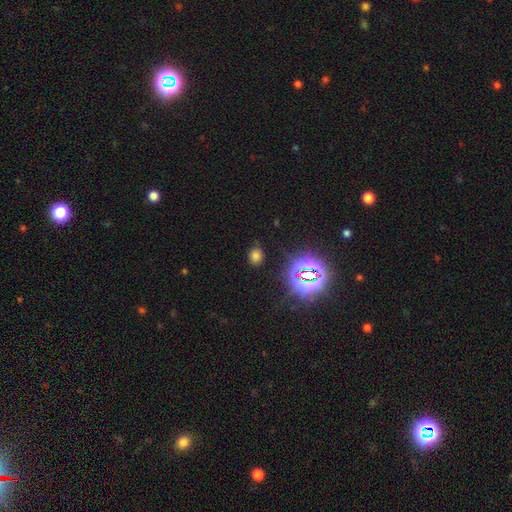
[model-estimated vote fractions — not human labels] Morphology: type=smooth (62%); roundness=round (50%); merging=none (82%).